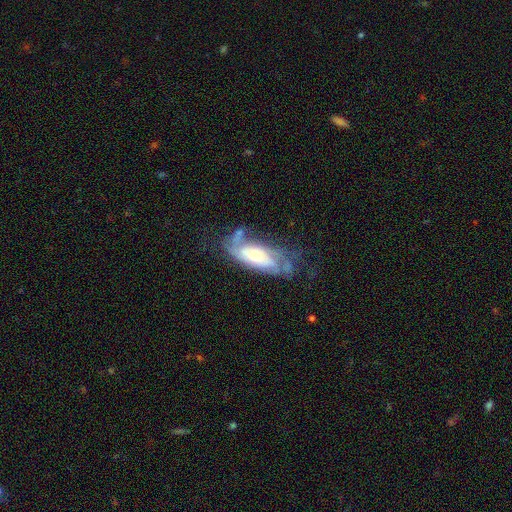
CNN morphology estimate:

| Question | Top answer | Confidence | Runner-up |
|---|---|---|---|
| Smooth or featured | featured or disk | 70% | smooth (23%) |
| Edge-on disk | no | 86% | yes (14%) |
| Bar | no | 66% | weak (25%) |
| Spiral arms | yes | 85% | no (15%) |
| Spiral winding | tight | 47% | medium (37%) |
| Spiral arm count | can't tell | 42% | 2 (34%) |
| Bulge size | moderate | 49% | small (29%) |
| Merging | none | 43% | minor disturbance (26%) |